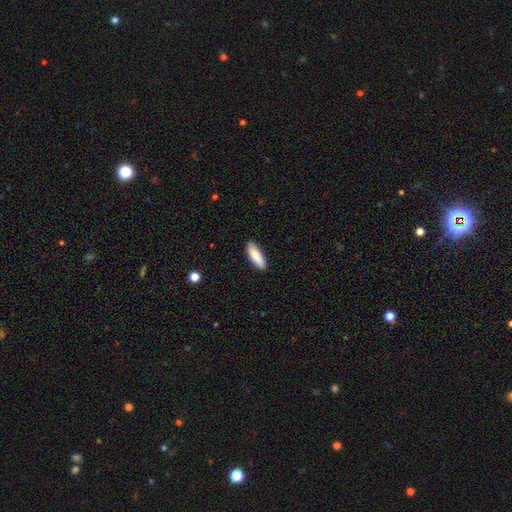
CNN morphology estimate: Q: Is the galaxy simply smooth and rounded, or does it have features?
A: smooth — 82%.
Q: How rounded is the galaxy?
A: in between — 51%.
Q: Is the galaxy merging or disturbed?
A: none — 85%.